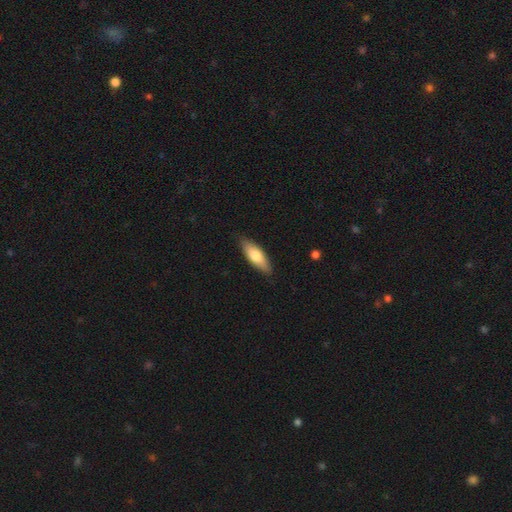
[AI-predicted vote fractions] Smooth or featured? Predicted: smooth (p=0.73). How rounded? Predicted: in between (p=0.61). Merging? Predicted: none (p=0.85).